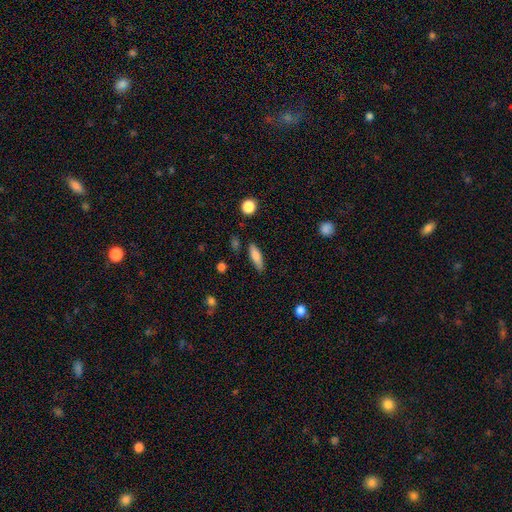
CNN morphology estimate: This appears to be a smooth galaxy with no disk features (78%) that is cigar-shaped (57%). Merging: none (81%).